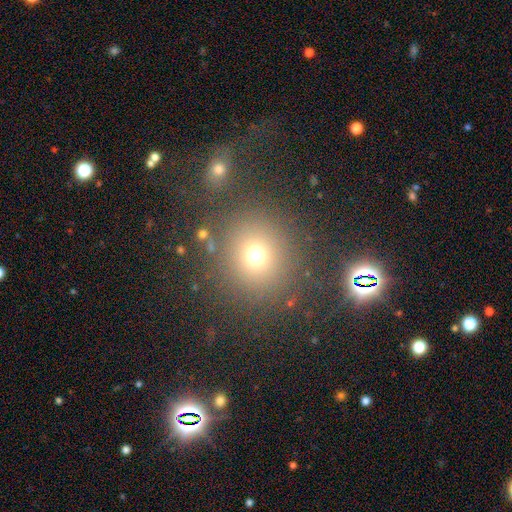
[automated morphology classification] smooth 69%, star or artifact 21%, featured or disk 9%. Down the decision tree: how rounded — round (88%); merging — none (82%).